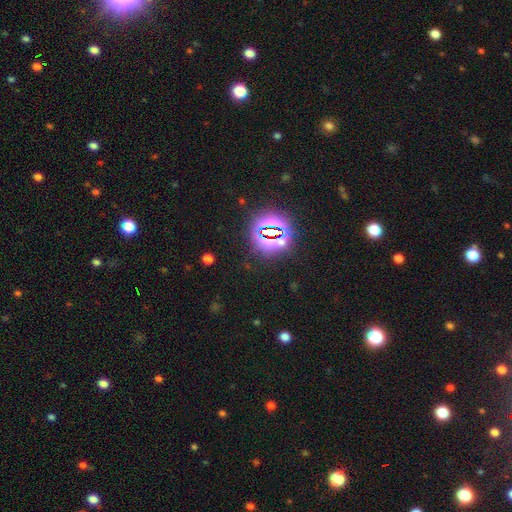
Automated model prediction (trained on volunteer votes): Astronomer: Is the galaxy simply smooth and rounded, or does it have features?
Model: star or artifact — 83%.